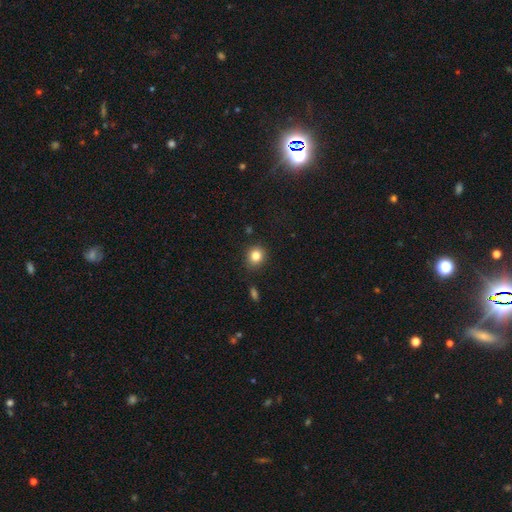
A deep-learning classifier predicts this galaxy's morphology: A smooth galaxy with no disk features (83%) that is round (80%).

Vote fractions:
- Smooth or featured? smooth: 83% / star or artifact: 11% / featured or disk: 6%
- How rounded? round: 80% / in between: 19% / cigar-shaped: 1%
- Merging? none: 87% / minor disturbance: 9% / major disturbance: 2% / merger: 2%